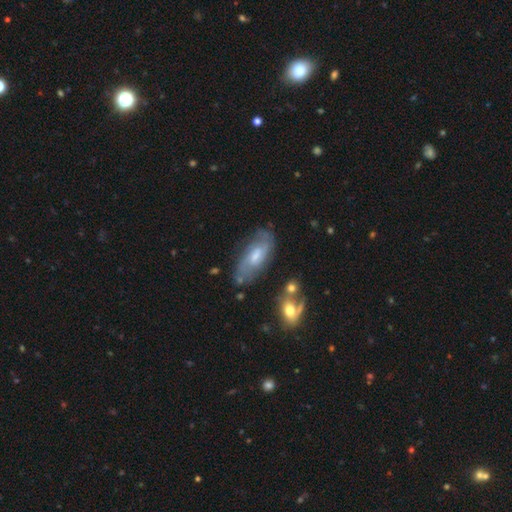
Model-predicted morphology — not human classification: Smooth or featured? featured or disk (62%)
Edge-on disk? no (88%)
Bar? weak (49%)
Spiral arms? yes (80%)
Bulge size? moderate (46%)
Merging? none (69%)